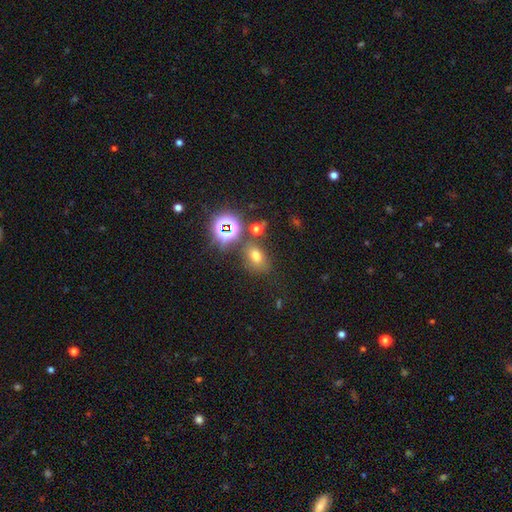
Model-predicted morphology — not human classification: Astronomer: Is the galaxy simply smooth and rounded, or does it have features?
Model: smooth — 61%.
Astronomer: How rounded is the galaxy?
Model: in between — 70%.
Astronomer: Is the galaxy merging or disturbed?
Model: none — 70%.